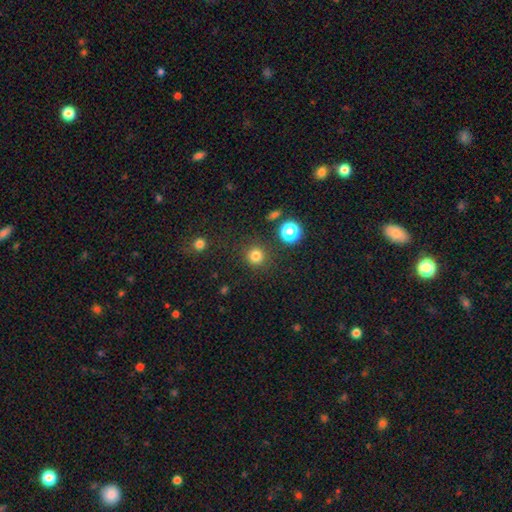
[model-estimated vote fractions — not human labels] Smooth or featured? smooth (80%)
How rounded? round (93%)
Merging? none (87%)